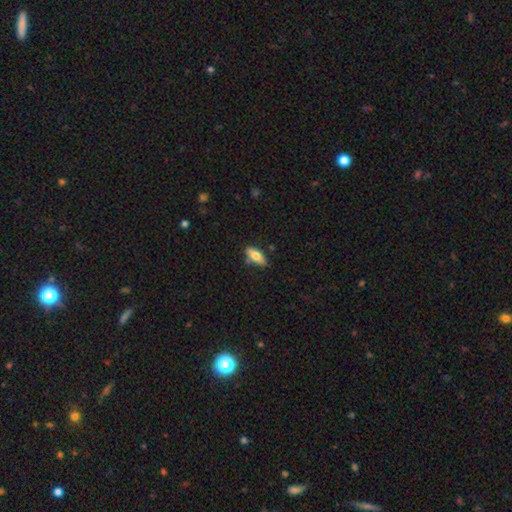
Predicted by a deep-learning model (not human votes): Smooth or featured?
  - smooth: 68% *
  - featured or disk: 26%
  - star or artifact: 6%
How rounded?
  - in between: 77% *
  - cigar-shaped: 20%
  - round: 3%
Merging?
  - none: 76% *
  - minor disturbance: 16%
  - merger: 5%
  - major disturbance: 3%